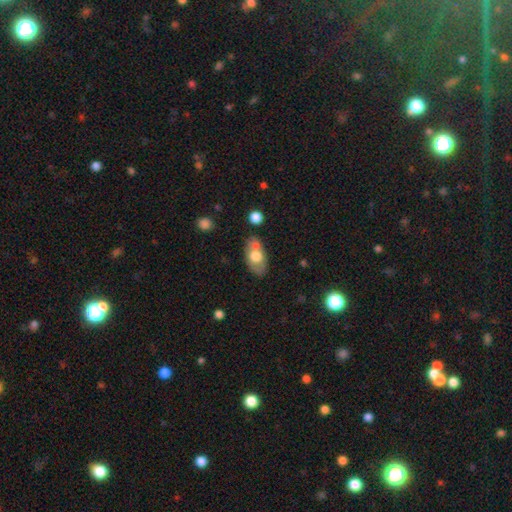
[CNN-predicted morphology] Smooth or featured?
  - smooth: 64% *
  - featured or disk: 29%
  - star or artifact: 7%
How rounded?
  - in between: 89% *
  - round: 8%
  - cigar-shaped: 3%
Merging?
  - none: 56% *
  - merger: 22%
  - minor disturbance: 17%
  - major disturbance: 5%